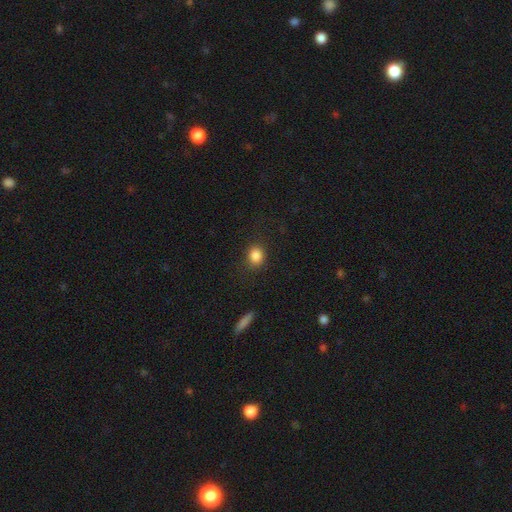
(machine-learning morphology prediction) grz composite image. It shows a smooth galaxy with no disk features (86%) that is round (63%). Merging: none (84%).